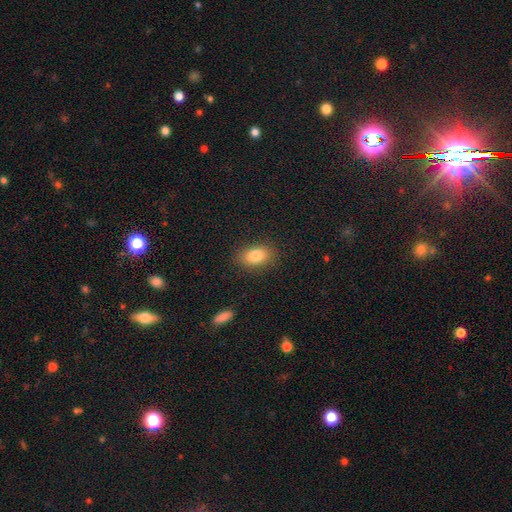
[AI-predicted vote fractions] This appears to be a smooth galaxy with no disk features (82%) that is in between round and cigar-shaped (86%). Merging: none (87%).